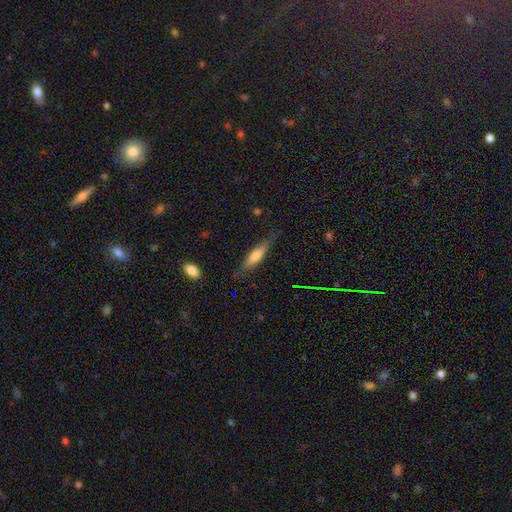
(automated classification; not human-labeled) smooth_or_featured: smooth (p=0.51) [alt: featured or disk p=0.42]
how_rounded: cigar-shaped (p=0.75) [alt: in between p=0.23]
merging: none (p=0.75) [alt: minor disturbance p=0.19]